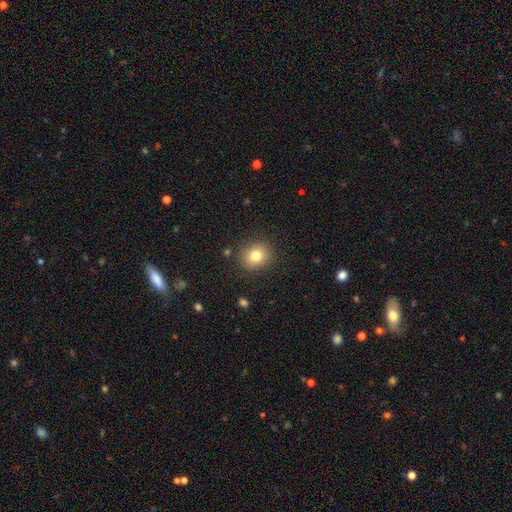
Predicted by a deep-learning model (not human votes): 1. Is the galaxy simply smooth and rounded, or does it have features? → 80% smooth, 11% star or artifact, 9% featured or disk.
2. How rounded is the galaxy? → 76% round, 23% in between, 1% cigar-shaped.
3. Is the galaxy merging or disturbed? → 88% none, 8% minor disturbance, 3% major disturbance, 1% merger.